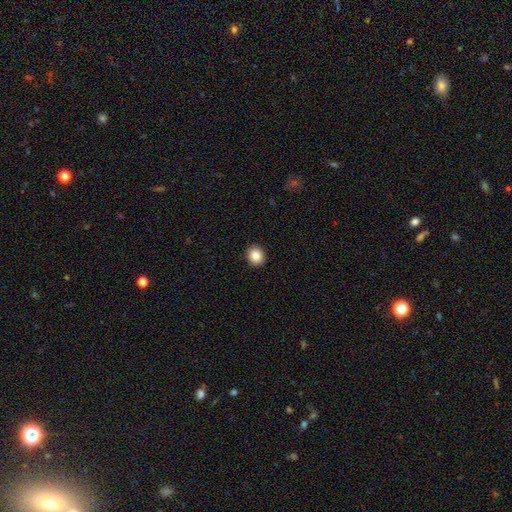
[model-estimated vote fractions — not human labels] Q: Smooth or featured?
A: smooth (86%); runner-up: star or artifact (9%)
Q: How rounded?
A: round (77%); runner-up: in between (22%)
Q: Merging?
A: none (92%); runner-up: minor disturbance (5%)